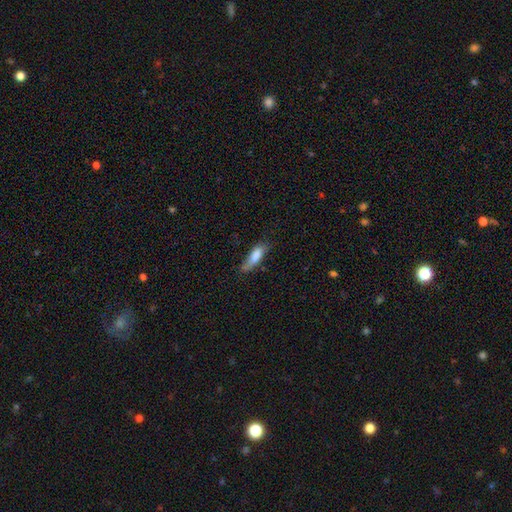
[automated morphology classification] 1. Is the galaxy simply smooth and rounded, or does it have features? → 78% smooth, 15% featured or disk, 7% star or artifact.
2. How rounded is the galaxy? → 50% in between, 48% cigar-shaped, 2% round.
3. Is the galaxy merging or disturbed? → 54% none, 33% minor disturbance, 10% major disturbance, 3% merger.